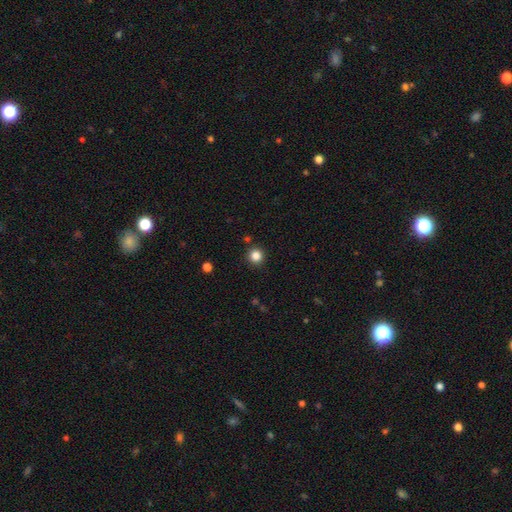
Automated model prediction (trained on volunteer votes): smooth-or-featured: smooth: 84% | star or artifact: 12% | featured or disk: 4%
  how-rounded: round: 95% | in between: 4% | cigar-shaped: 1%
  merging: none: 91% | minor disturbance: 5% | merger: 2% | major disturbance: 2%